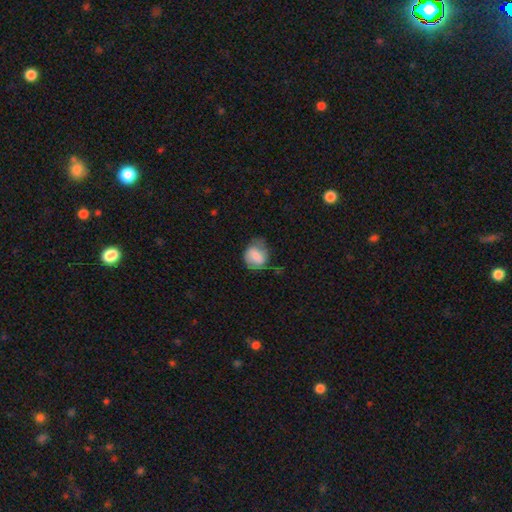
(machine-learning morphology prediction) Smooth or featured: smooth — 67% (featured or disk — 26%)
How rounded: round — 65% (in between — 34%)
Merging: none — 50% (minor disturbance — 33%)